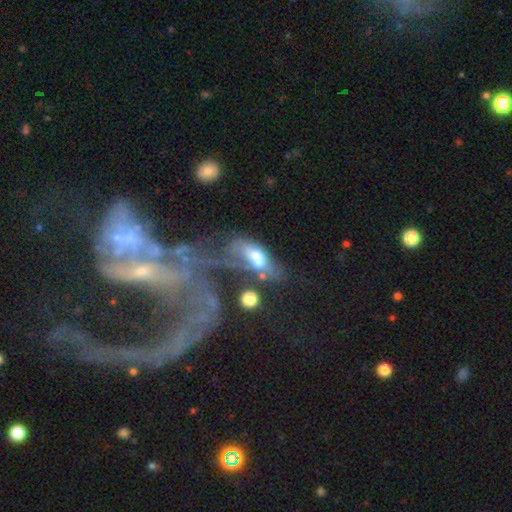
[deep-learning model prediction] This appears to be a featured or disk galaxy (45%). Merging: merger (44%).